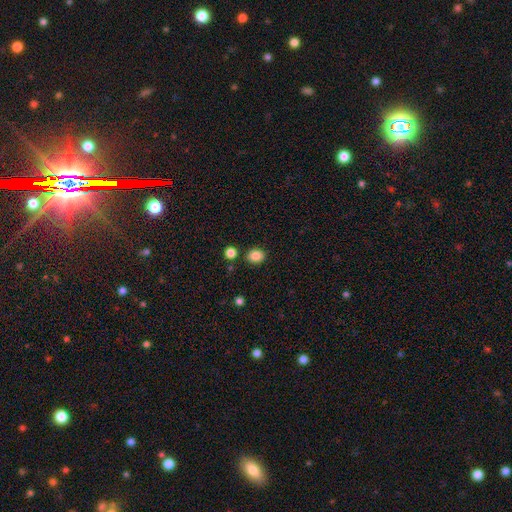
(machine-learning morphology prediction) smooth 86%, star or artifact 10%, featured or disk 4%. Down the decision tree: how rounded — round (59%); merging — none (84%).